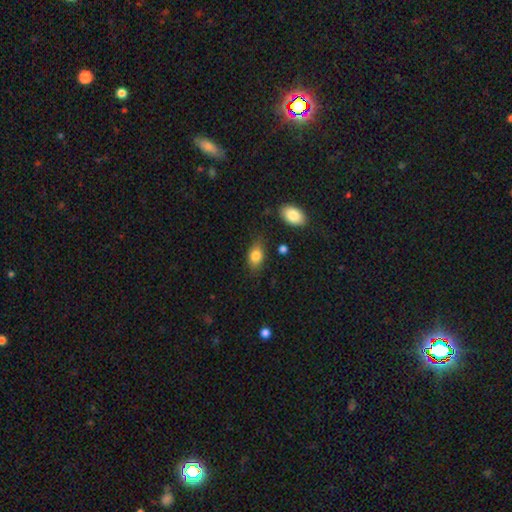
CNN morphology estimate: The model was most divided on "merging": none: 76%, minor disturbance: 17%, major disturbance: 4%, merger: 3%. More confident: how rounded — in between (86%); smooth or featured — smooth (83%).